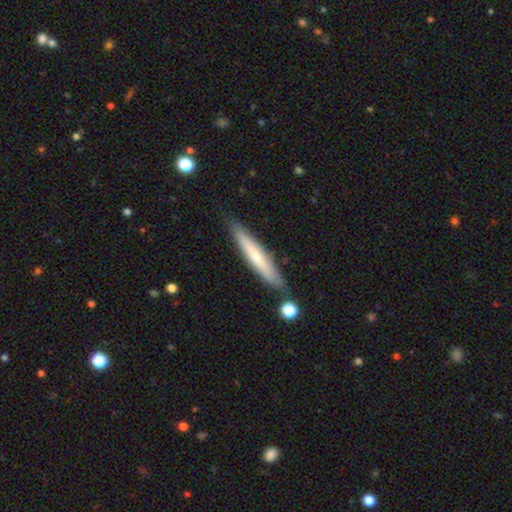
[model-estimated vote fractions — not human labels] Overall: smooth (53%; featured or disk 41%). How rounded: cigar-shaped (92%). Merging: none (82%).